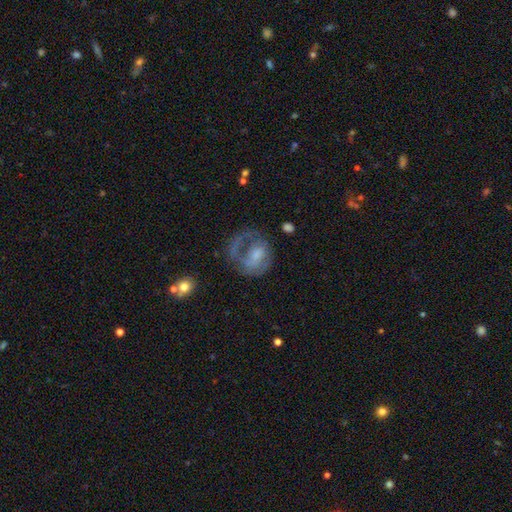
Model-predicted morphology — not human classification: type=featured or disk (65%); edge-on=no (97%); bar=no (52%); spiral arms=yes (71%); bulge=moderate (36%); merging=none (42%).